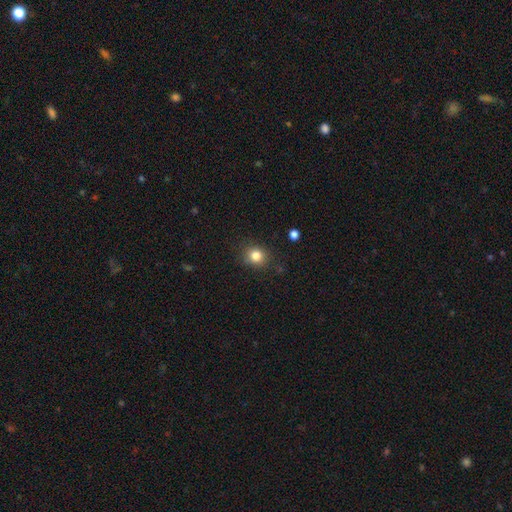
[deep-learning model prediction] smooth 82%, star or artifact 12%, featured or disk 6%. Down the decision tree: how rounded — round (78%); merging — none (84%).